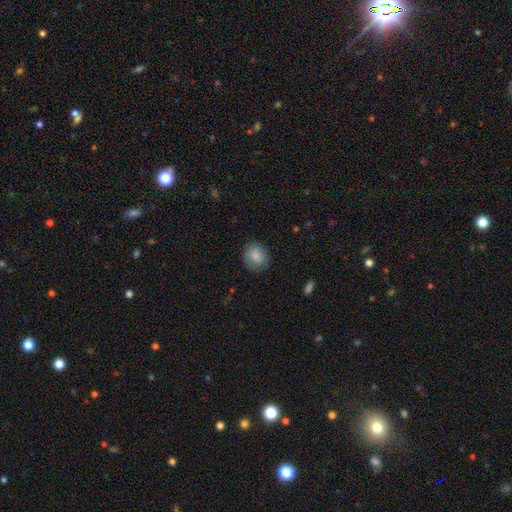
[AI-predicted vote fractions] Q: Smooth or featured?
A: smooth (86%); runner-up: star or artifact (8%)
Q: How rounded?
A: round (77%); runner-up: in between (22%)
Q: Merging?
A: none (81%); runner-up: minor disturbance (14%)